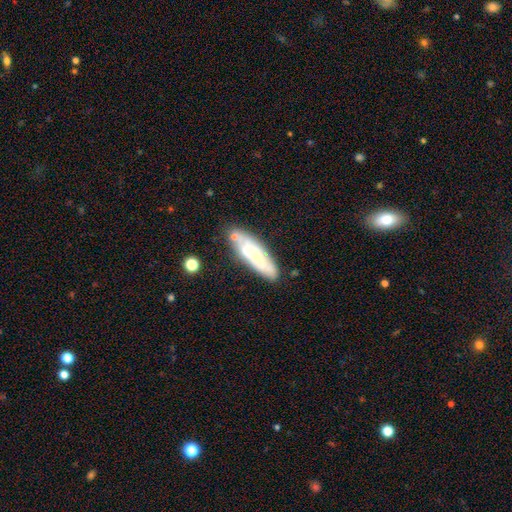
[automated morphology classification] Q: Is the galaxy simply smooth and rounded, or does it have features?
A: featured or disk — 47%.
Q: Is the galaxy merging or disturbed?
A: none — 69%.